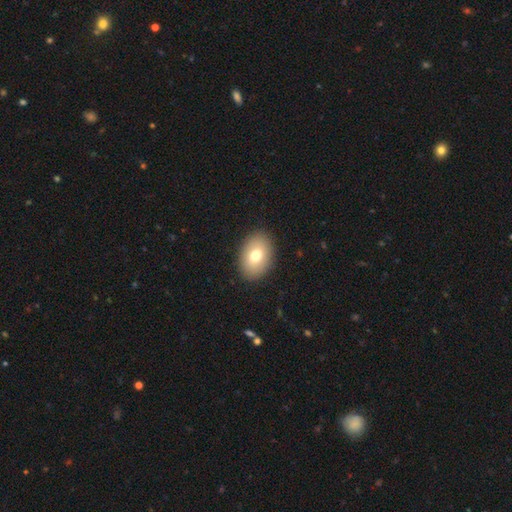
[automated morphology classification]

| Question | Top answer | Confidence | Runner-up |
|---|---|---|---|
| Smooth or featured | smooth | 74% | featured or disk (17%) |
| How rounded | in between | 80% | round (19%) |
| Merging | none | 90% | minor disturbance (7%) |